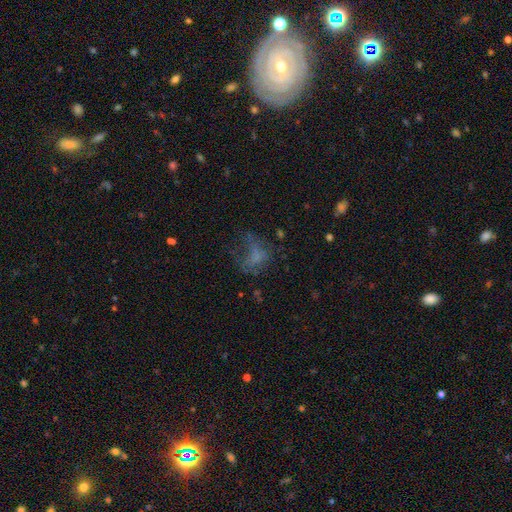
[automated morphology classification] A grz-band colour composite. It shows a smooth galaxy with no disk features (43%). Merging: major disturbance (44%).